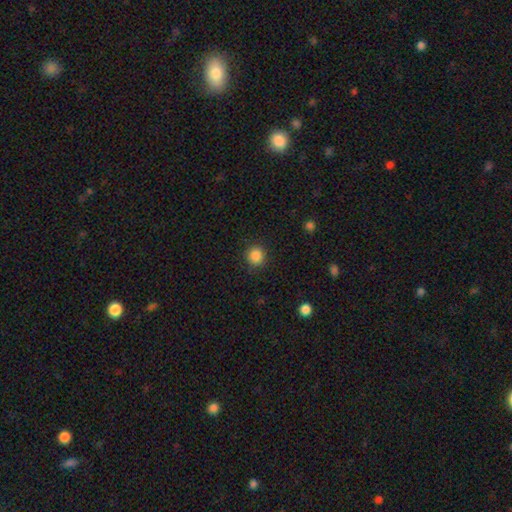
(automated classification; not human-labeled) The model was most divided on "smooth or featured": smooth: 85%, star or artifact: 11%, featured or disk: 4%. More confident: how rounded — round (92%); merging — none (89%).